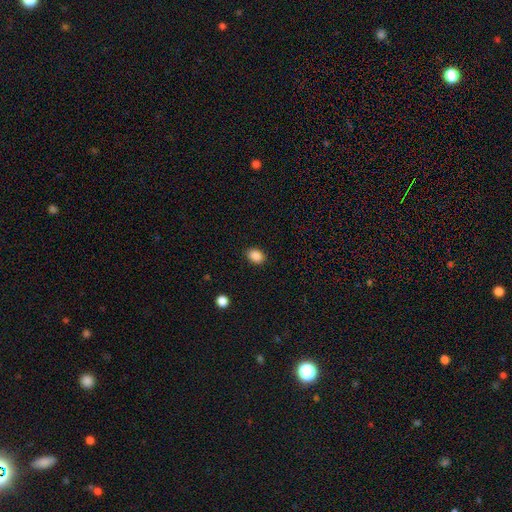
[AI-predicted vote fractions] Q: Smooth or featured?
A: smooth (88%); runner-up: star or artifact (9%)
Q: How rounded?
A: in between (65%); runner-up: round (34%)
Q: Merging?
A: none (89%); runner-up: minor disturbance (8%)